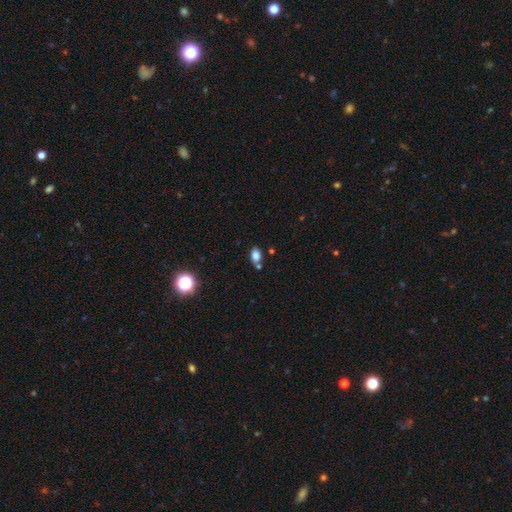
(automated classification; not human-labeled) Morphology: type=smooth (81%); roundness=in between (83%); merging=none (69%).